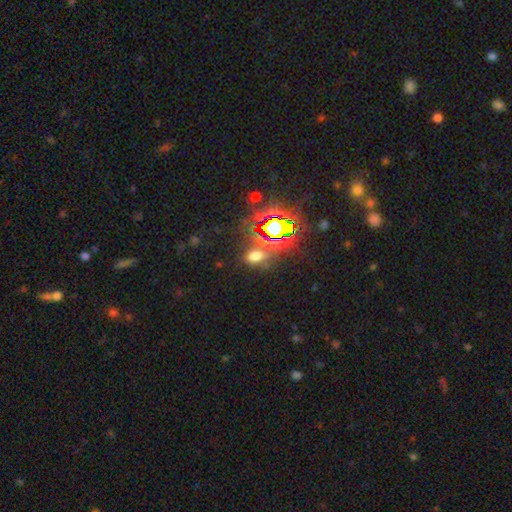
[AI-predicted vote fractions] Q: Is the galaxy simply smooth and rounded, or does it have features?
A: smooth — 50%.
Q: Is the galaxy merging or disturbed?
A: none — 69%.